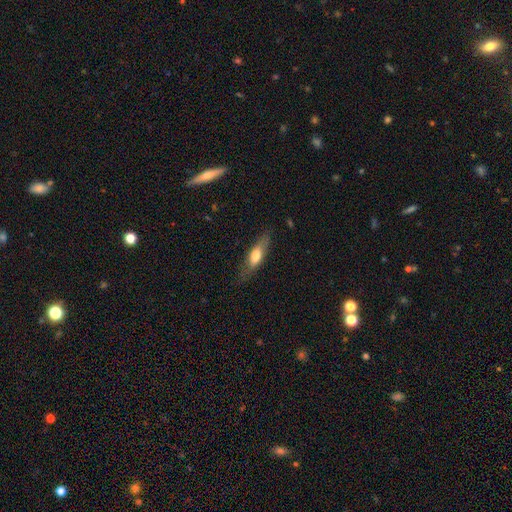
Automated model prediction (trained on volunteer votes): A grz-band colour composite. It shows a smooth galaxy with no disk features (59%) that is cigar-shaped (56%). Merging: none (75%).